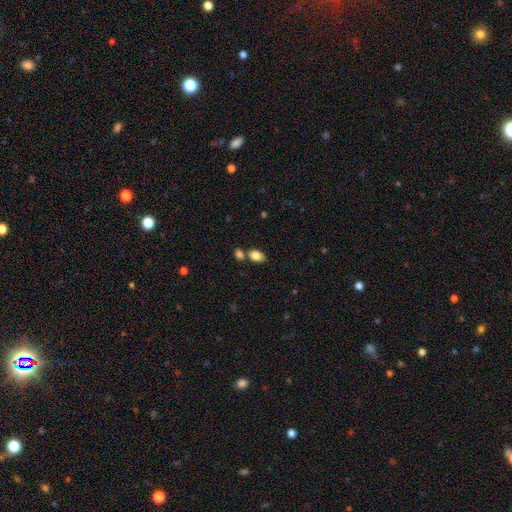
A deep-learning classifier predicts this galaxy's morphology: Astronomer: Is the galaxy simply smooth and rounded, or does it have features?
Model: smooth — 84%.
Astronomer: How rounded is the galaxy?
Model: in between — 87%.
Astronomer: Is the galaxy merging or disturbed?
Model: none — 59%.